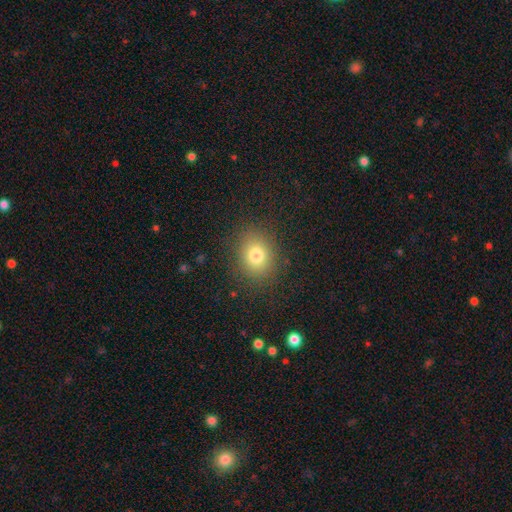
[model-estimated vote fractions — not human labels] Smooth or featured: smooth — 78% (star or artifact — 13%)
How rounded: round — 54% (in between — 45%)
Merging: none — 86% (minor disturbance — 9%)